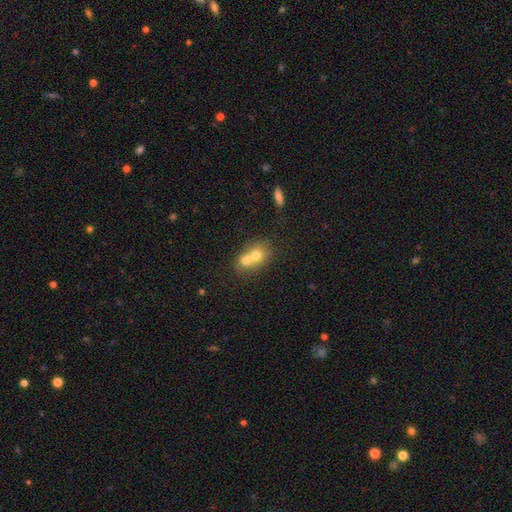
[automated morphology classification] Smooth or featured: smooth — 65% (featured or disk — 25%)
How rounded: round — 59% (in between — 39%)
Merging: merger — 70% (none — 22%)